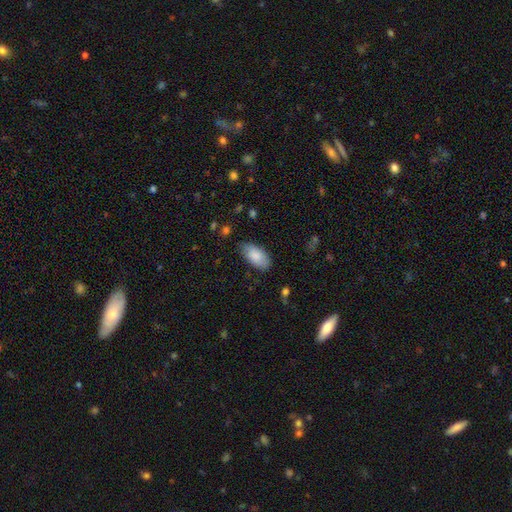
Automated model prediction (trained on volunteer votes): Overall: smooth (86%). How rounded: in between (94%). Merging: none (81%).